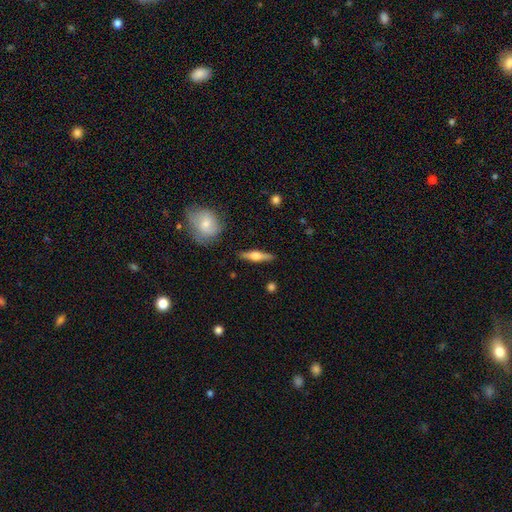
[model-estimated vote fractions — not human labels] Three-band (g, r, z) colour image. It shows a featured or disk galaxy (61%) viewed edge-on (96%) with a rounded central bulge (91%). Merging: none (89%).